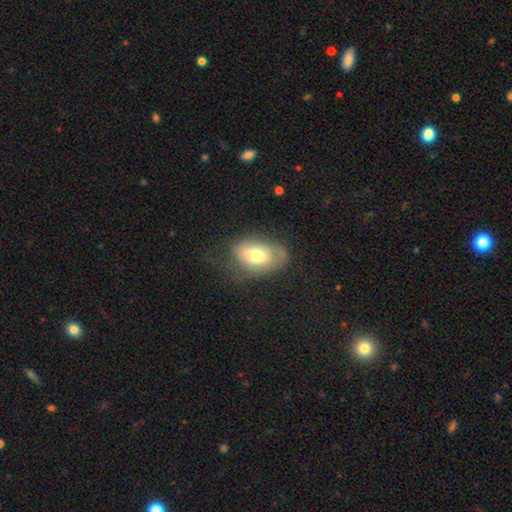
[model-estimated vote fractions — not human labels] The model was most divided on "merging": none: 52%, minor disturbance: 28%, major disturbance: 18%, merger: 2%. More confident: how rounded — in between (83%); smooth or featured — smooth (66%).